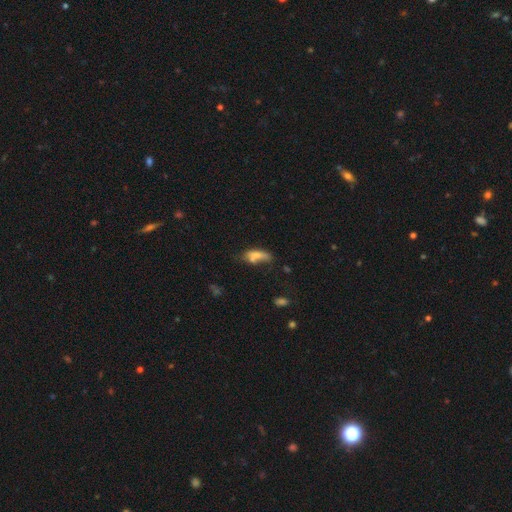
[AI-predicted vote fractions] This appears to be a smooth galaxy with no disk features (67%) that is in between round and cigar-shaped (68%). Merging: none (35%).